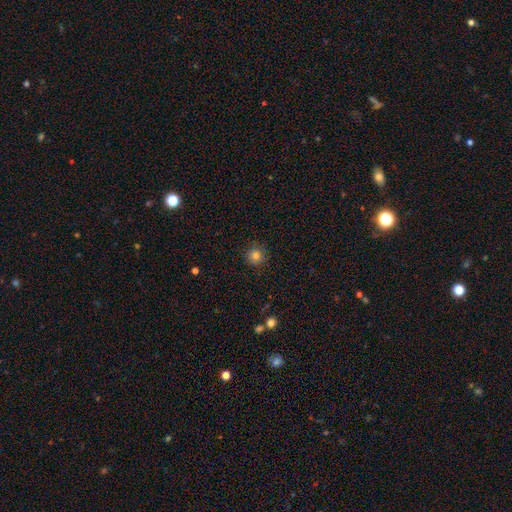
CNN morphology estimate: A smooth galaxy with no disk features (80%) that is round (94%).

Vote fractions:
- Smooth or featured? smooth: 80% / star or artifact: 13% / featured or disk: 7%
- How rounded? round: 94% / in between: 5% / cigar-shaped: 1%
- Merging? none: 89% / minor disturbance: 7% / major disturbance: 2% / merger: 1%